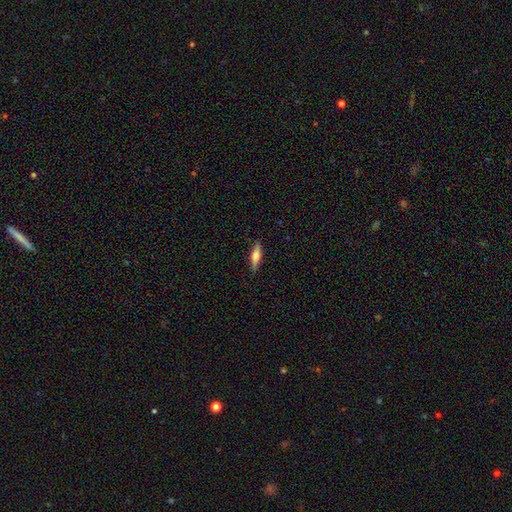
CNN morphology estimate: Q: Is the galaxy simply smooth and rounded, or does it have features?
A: smooth — 64%.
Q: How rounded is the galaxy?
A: cigar-shaped — 62%.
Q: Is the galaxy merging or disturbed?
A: none — 85%.